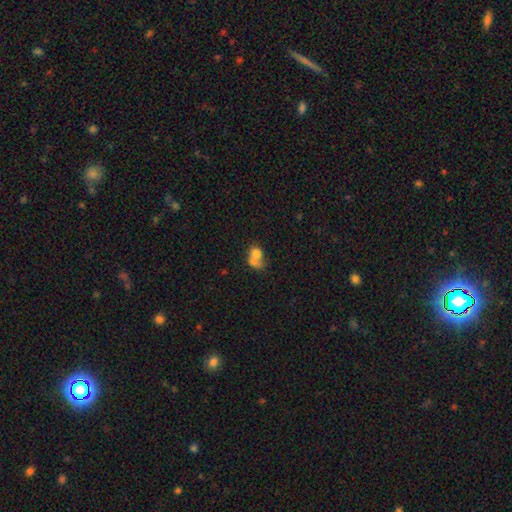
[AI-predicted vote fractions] A smooth galaxy with no disk features (67%) that is in between round and cigar-shaped (53%). Merging: merger (71%).